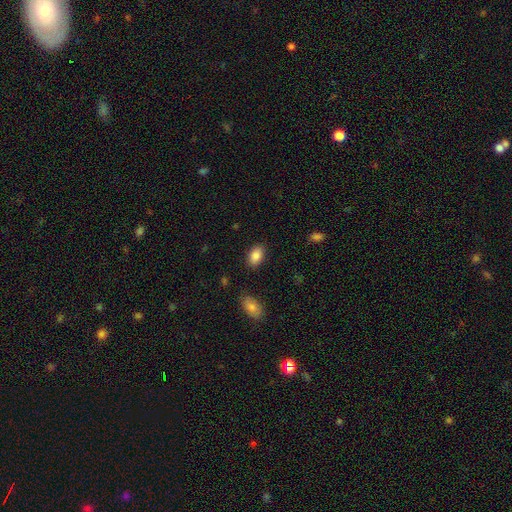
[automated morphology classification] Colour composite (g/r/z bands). It shows a smooth galaxy with no disk features (86%) that is in between round and cigar-shaped (88%). Merging: none (86%).